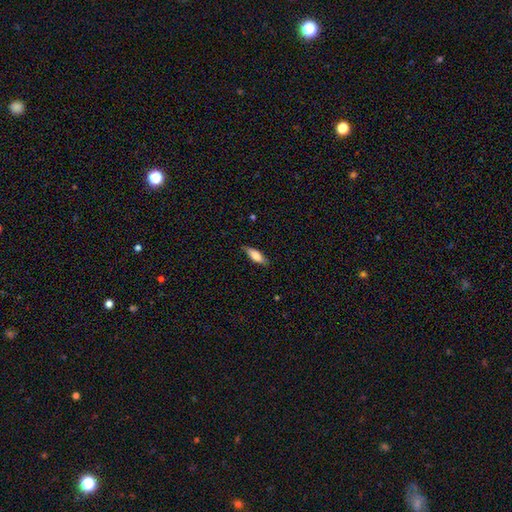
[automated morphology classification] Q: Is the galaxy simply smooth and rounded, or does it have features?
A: smooth — 76%.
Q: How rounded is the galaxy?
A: in between — 62%.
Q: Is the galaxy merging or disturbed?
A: none — 79%.